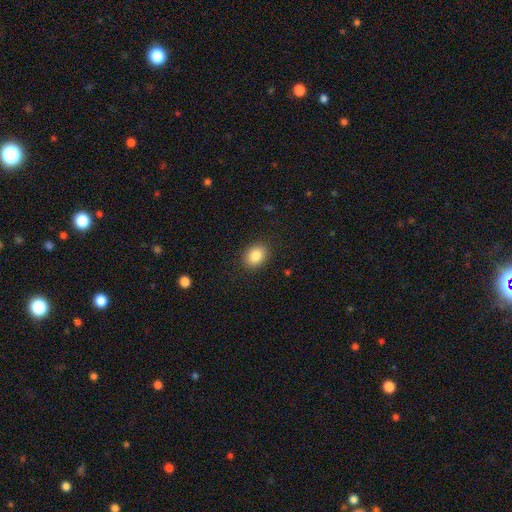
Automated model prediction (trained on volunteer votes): Morphology: type=smooth (86%); roundness=in between (58%); merging=none (88%).